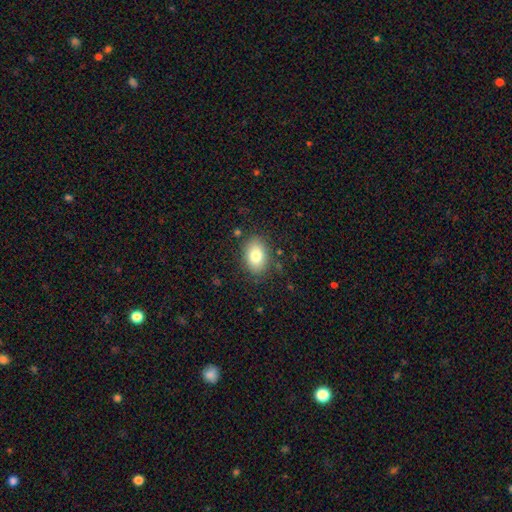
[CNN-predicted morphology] Smooth or featured? smooth (80%)
How rounded? in between (82%)
Merging? none (83%)